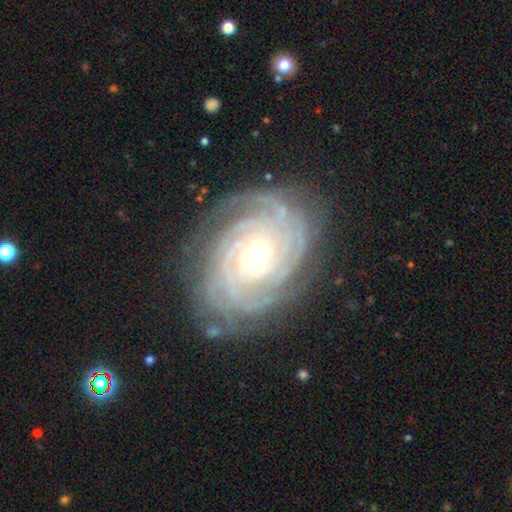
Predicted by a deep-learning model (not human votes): Smooth or featured?
  - featured or disk: 90% *
  - star or artifact: 5%
  - smooth: 5%
Edge-on disk?
  - no: 97% *
  - yes: 3%
Bar?
  - no: 65% *
  - weak: 25%
  - strong: 11%
Spiral arms?
  - yes: 98% *
  - no: 2%
Spiral winding?
  - tight: 85% *
  - medium: 13%
  - loose: 2%
Spiral arm count?
  - can't tell: 23% *
  - 4: 22%
  - 3: 19%
  - more than 4: 17%
  - 2: 13%
  - 1: 7%
Bulge size?
  - moderate: 61% *
  - small: 32%
  - large: 5%
  - none: 1%
  - dominant: 1%
Merging?
  - none: 80% *
  - minor disturbance: 15%
  - major disturbance: 4%
  - merger: 1%